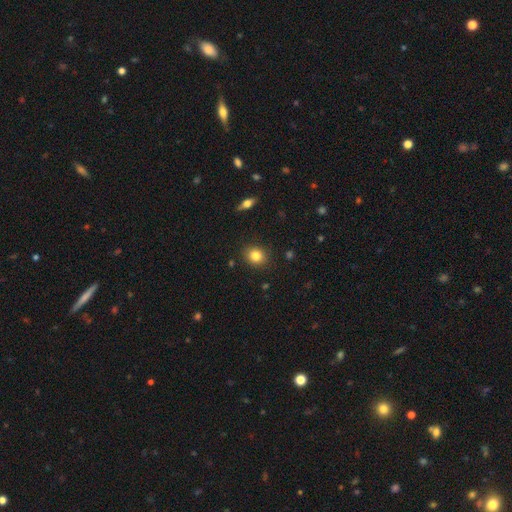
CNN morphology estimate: smooth-or-featured: smooth: 83% | star or artifact: 10% | featured or disk: 7%
  how-rounded: round: 64% | in between: 35% | cigar-shaped: 1%
  merging: none: 88% | minor disturbance: 8% | major disturbance: 2% | merger: 1%